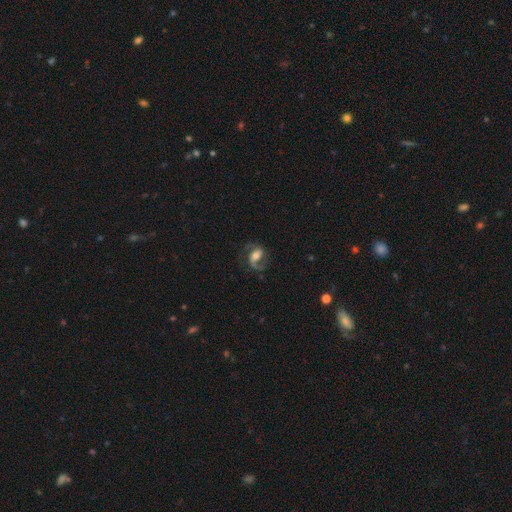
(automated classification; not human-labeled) Q: Smooth or featured?
A: featured or disk (82%); runner-up: smooth (11%)
Q: Edge-on disk?
A: no (97%); runner-up: yes (3%)
Q: Bar?
A: weak (41%); runner-up: no (35%)
Q: Spiral arms?
A: yes (95%); runner-up: no (5%)
Q: Spiral winding?
A: medium (53%); runner-up: loose (33%)
Q: Spiral arm count?
A: 2 (85%); runner-up: 1 (9%)
Q: Bulge size?
A: moderate (57%); runner-up: large (19%)
Q: Merging?
A: none (68%); runner-up: minor disturbance (16%)